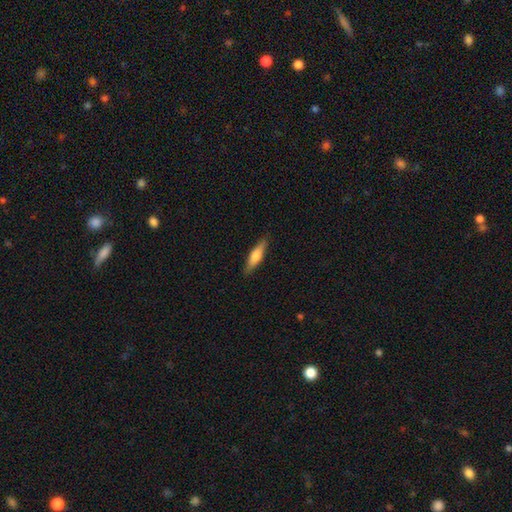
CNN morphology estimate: Smooth or featured? smooth (60%)
How rounded? cigar-shaped (69%)
Merging? none (88%)